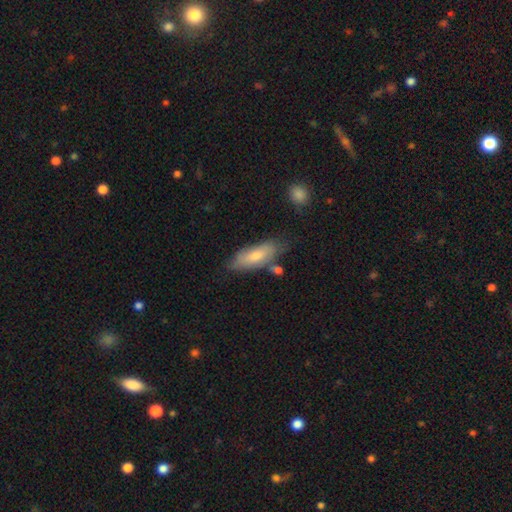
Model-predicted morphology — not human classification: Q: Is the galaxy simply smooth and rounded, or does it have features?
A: smooth — 67%.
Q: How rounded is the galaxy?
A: in between — 67%.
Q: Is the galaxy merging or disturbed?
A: none — 69%.